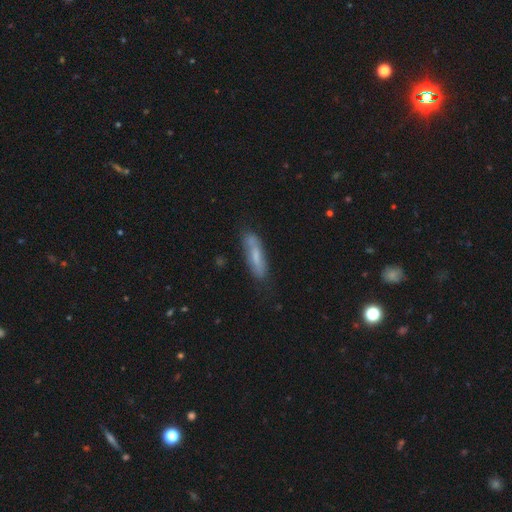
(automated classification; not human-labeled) Q: Smooth or featured?
A: smooth (58%); runner-up: featured or disk (35%)
Q: How rounded?
A: cigar-shaped (73%); runner-up: in between (25%)
Q: Merging?
A: none (70%); runner-up: minor disturbance (20%)